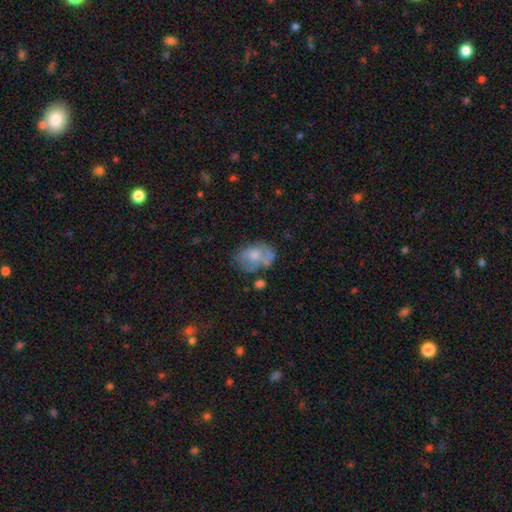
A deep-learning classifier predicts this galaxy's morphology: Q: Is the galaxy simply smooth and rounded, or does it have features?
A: smooth — 55%.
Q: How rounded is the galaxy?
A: in between — 74%.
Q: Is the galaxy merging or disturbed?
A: none — 45%.